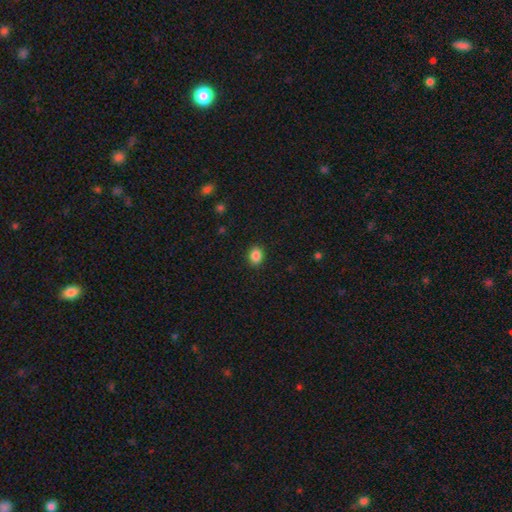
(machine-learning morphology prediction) Smooth or featured?
  - smooth: 87% *
  - star or artifact: 10%
  - featured or disk: 3%
How rounded?
  - round: 54% *
  - in between: 45%
  - cigar-shaped: 1%
Merging?
  - none: 90% *
  - minor disturbance: 7%
  - major disturbance: 2%
  - merger: 1%